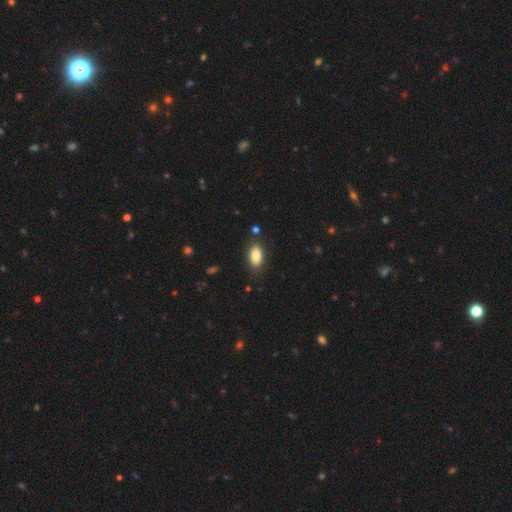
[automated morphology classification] Q: Smooth or featured?
A: smooth (84%); runner-up: featured or disk (9%)
Q: How rounded?
A: in between (92%); runner-up: cigar-shaped (5%)
Q: Merging?
A: none (83%); runner-up: minor disturbance (12%)